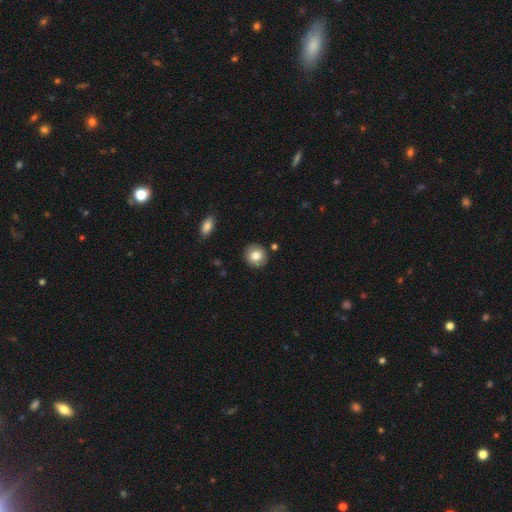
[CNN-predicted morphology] Overall: smooth (80%). How rounded: round (87%). Merging: none (89%).